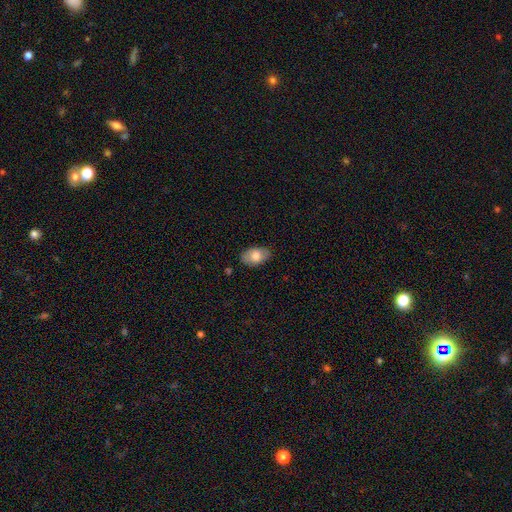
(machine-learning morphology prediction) Smooth or featured?
  - smooth: 75% *
  - featured or disk: 18%
  - star or artifact: 7%
How rounded?
  - in between: 91% *
  - round: 7%
  - cigar-shaped: 1%
Merging?
  - none: 82% *
  - minor disturbance: 14%
  - major disturbance: 3%
  - merger: 1%